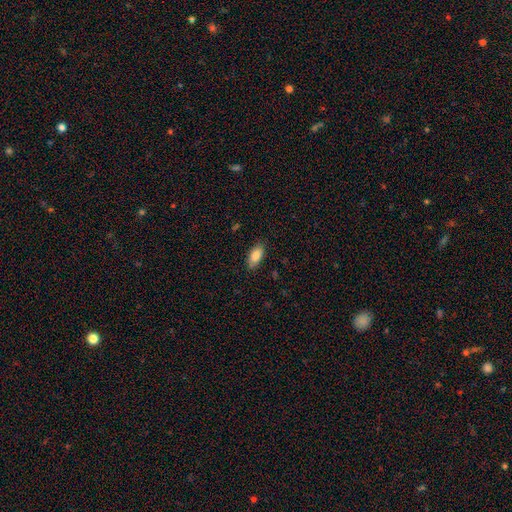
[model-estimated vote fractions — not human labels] A smooth galaxy with no disk features (87%) that is in between round and cigar-shaped (89%).

Vote fractions:
- Smooth or featured? smooth: 87% / star or artifact: 7% / featured or disk: 7%
- How rounded? in between: 89% / cigar-shaped: 9% / round: 3%
- Merging? none: 85% / minor disturbance: 12% / major disturbance: 3% / merger: 1%